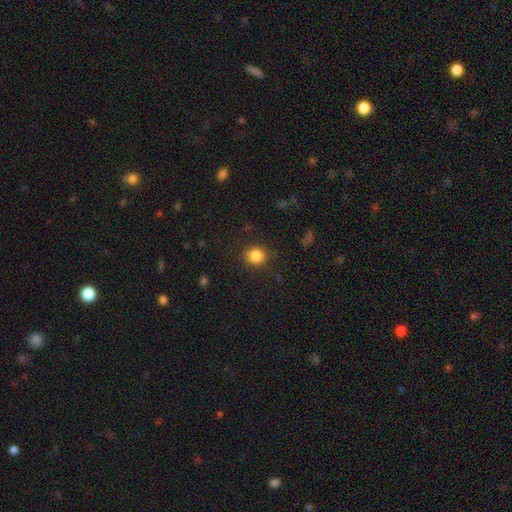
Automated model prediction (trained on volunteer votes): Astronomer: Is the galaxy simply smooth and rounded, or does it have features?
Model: smooth — 85%.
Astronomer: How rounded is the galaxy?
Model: round — 86%.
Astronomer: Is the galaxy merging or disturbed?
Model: none — 88%.